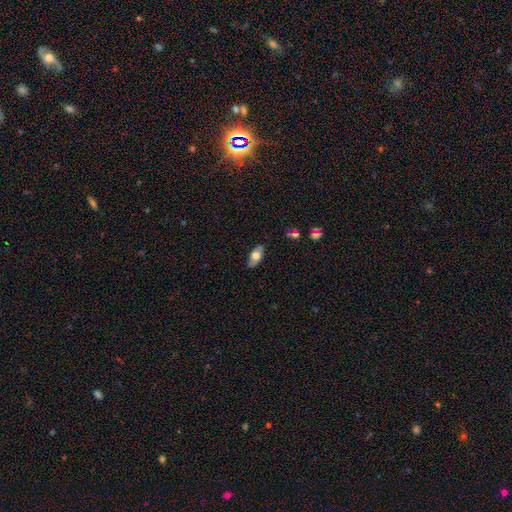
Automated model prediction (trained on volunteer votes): Smooth or featured? Predicted: smooth (p=0.60). How rounded? Predicted: in between (p=0.87). Merging? Predicted: none (p=0.82).